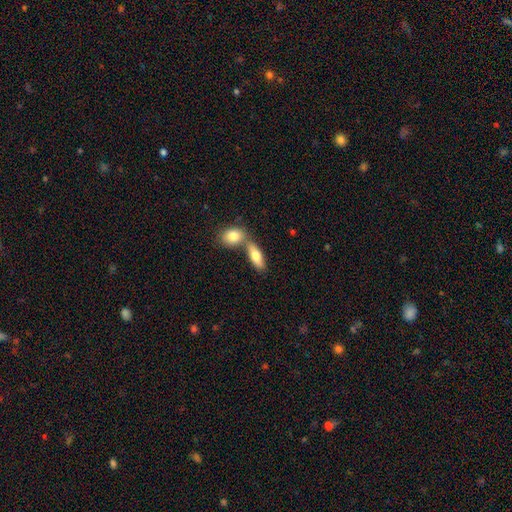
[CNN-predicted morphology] Smooth or featured?
  - smooth: 74% *
  - featured or disk: 21%
  - star or artifact: 6%
How rounded?
  - in between: 76% *
  - cigar-shaped: 20%
  - round: 5%
Merging?
  - merger: 46% *
  - none: 42%
  - minor disturbance: 9%
  - major disturbance: 3%